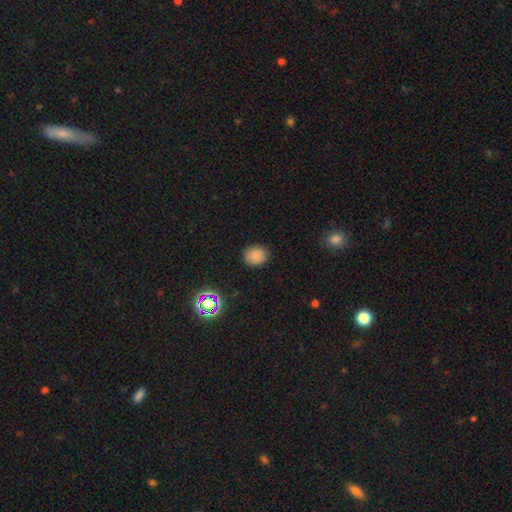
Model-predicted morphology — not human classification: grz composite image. It shows a smooth galaxy with no disk features (82%) that is round (73%). Merging: none (87%).